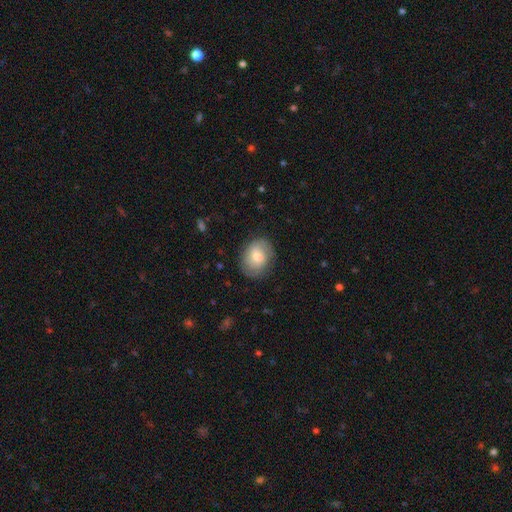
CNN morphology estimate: Q: Smooth or featured?
A: smooth (55%); runner-up: featured or disk (37%)
Q: How rounded?
A: in between (56%); runner-up: round (43%)
Q: Merging?
A: none (79%); runner-up: minor disturbance (15%)